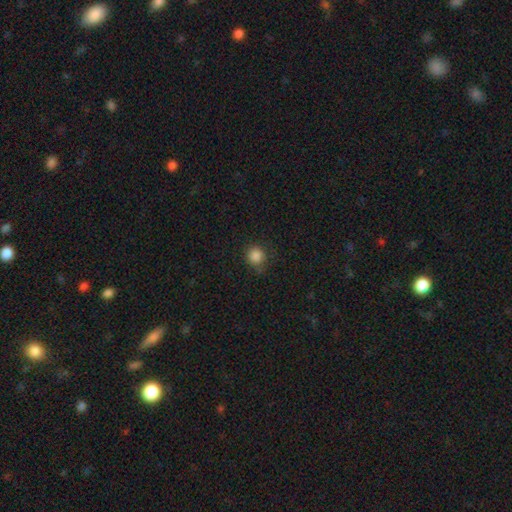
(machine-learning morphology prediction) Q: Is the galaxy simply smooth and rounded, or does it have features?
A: smooth — 85%.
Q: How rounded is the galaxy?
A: round — 90%.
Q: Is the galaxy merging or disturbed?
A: none — 80%.